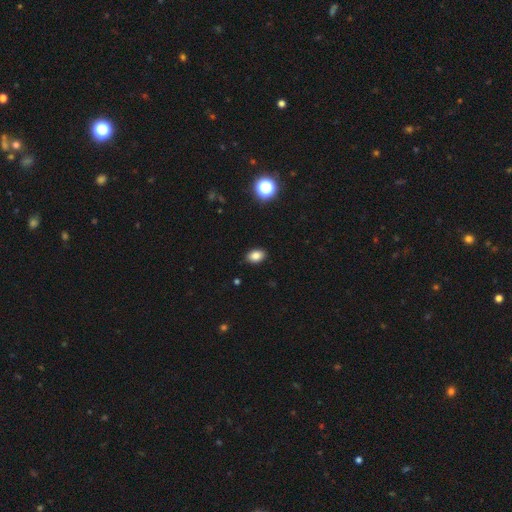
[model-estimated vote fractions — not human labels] The model was most divided on "how rounded": in between: 77%, round: 21%, cigar-shaped: 1%. More confident: merging — none (90%); smooth or featured — smooth (84%).